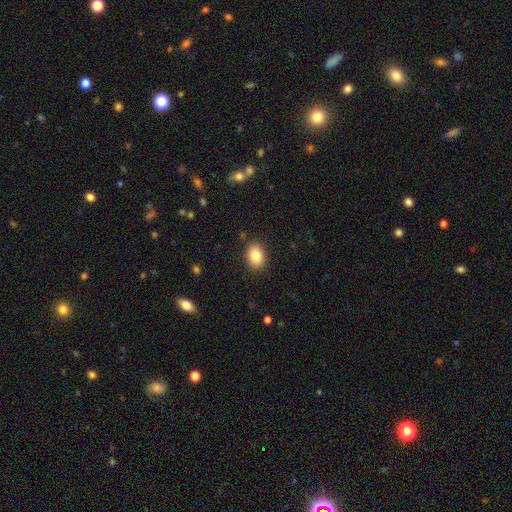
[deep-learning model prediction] Smooth or featured? smooth (86%)
How rounded? in between (73%)
Merging? none (87%)